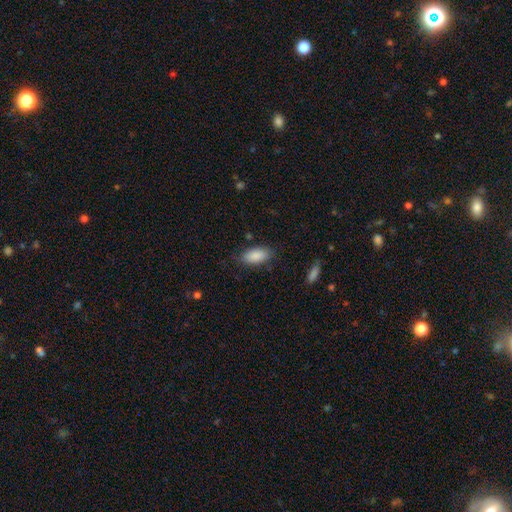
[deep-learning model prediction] smooth-or-featured: smooth: 87% | featured or disk: 7% | star or artifact: 6%
  how-rounded: in between: 91% | cigar-shaped: 6% | round: 2%
  merging: none: 76% | minor disturbance: 18% | major disturbance: 4% | merger: 2%